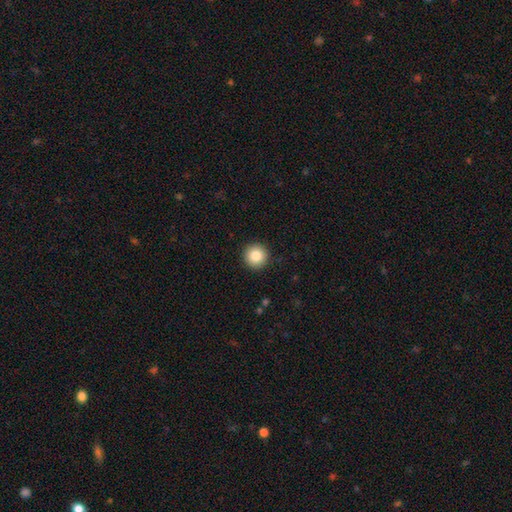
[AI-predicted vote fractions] A smooth galaxy with no disk features (84%) that is round (96%).

Vote fractions:
- Smooth or featured? smooth: 84% / star or artifact: 10% / featured or disk: 7%
- How rounded? round: 96% / in between: 3% / cigar-shaped: 1%
- Merging? none: 93% / minor disturbance: 5% / major disturbance: 1% / merger: 1%